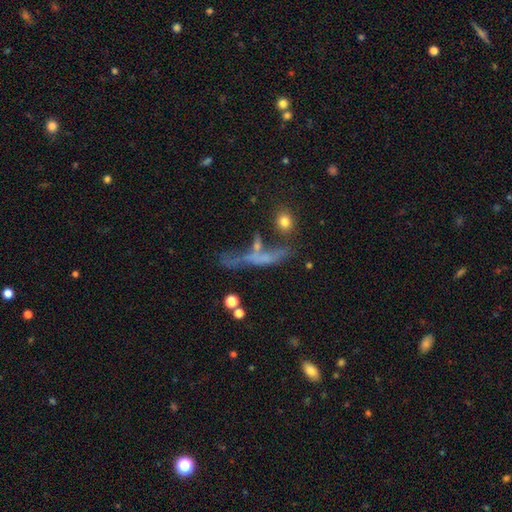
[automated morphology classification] A featured or disk galaxy (43%).

Vote fractions:
- Smooth or featured? featured or disk: 43% / smooth: 42% / star or artifact: 15%
- Merging? none: 38% / major disturbance: 23% / minor disturbance: 20% / merger: 18%